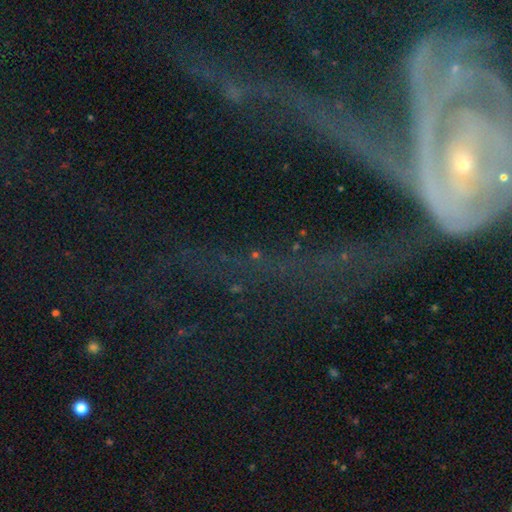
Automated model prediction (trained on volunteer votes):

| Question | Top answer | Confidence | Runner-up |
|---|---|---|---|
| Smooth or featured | star or artifact | 70% | smooth (16%) |